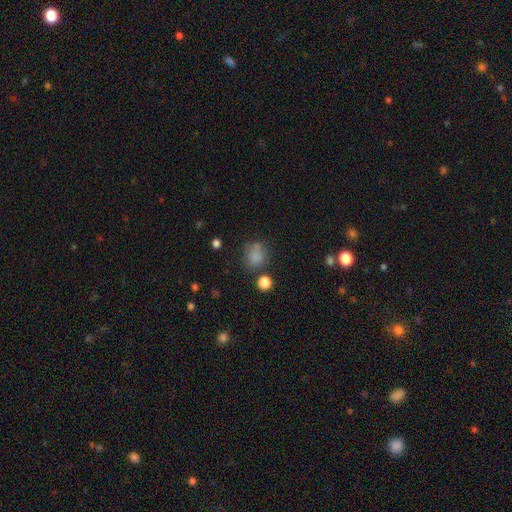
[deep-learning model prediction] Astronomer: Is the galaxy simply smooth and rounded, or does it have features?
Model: smooth — 80%.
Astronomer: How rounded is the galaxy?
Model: round — 68%.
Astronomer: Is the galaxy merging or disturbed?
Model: none — 63%.